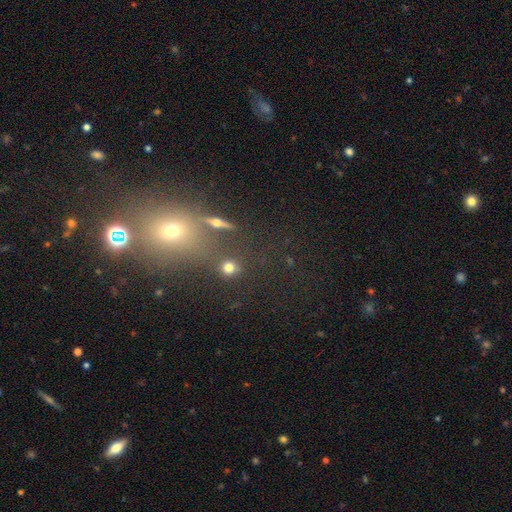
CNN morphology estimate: This is possibly a star or artifact rather than a galaxy (45%).